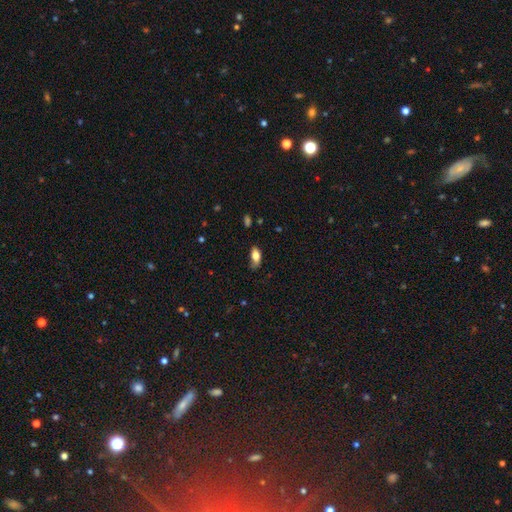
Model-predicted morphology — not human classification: This is likely a smooth galaxy (77%). How rounded: clearly in between (87%). Merging: possibly none (56%).